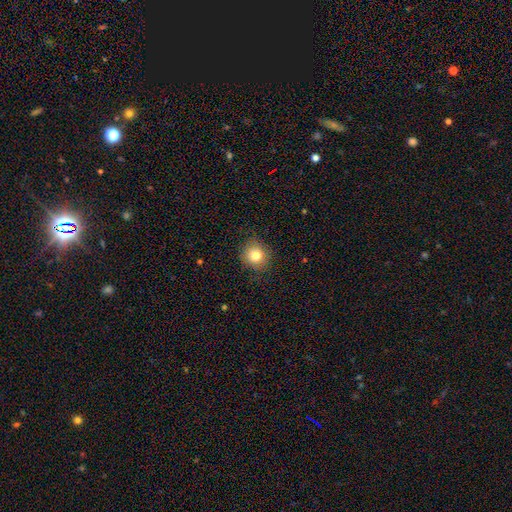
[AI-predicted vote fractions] This is clearly a smooth galaxy (80%). How rounded: clearly round (89%). Merging: clearly none (85%).